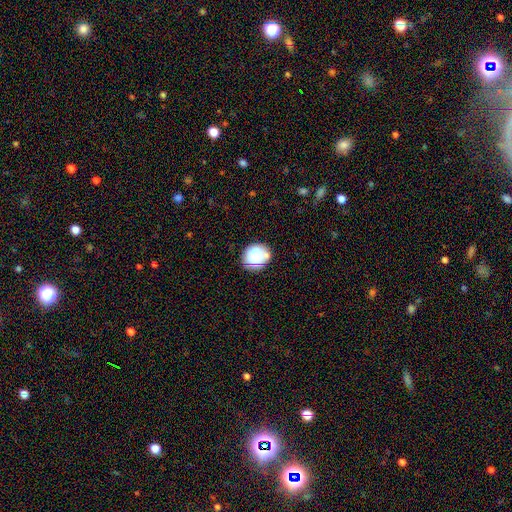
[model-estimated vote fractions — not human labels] Q: Smooth or featured?
A: smooth (75%); runner-up: featured or disk (15%)
Q: How rounded?
A: round (79%); runner-up: in between (20%)
Q: Merging?
A: none (71%); runner-up: minor disturbance (18%)